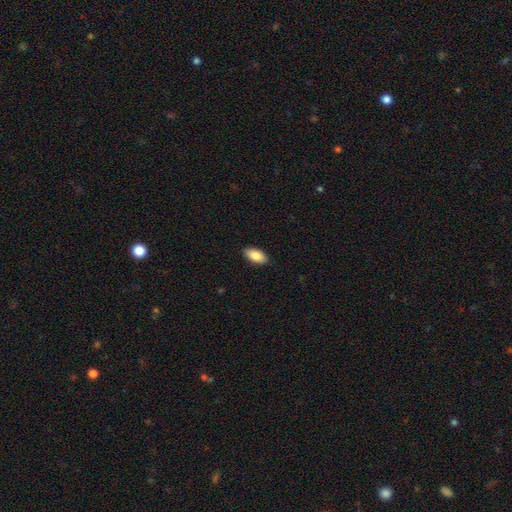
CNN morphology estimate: Smooth or featured? Predicted: smooth (p=0.85). How rounded? Predicted: in between (p=0.92). Merging? Predicted: none (p=0.89).